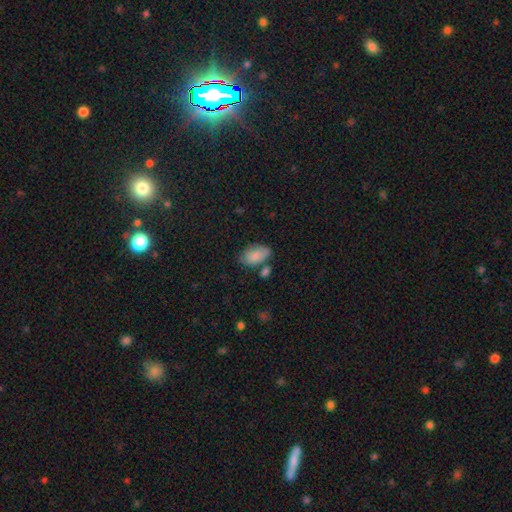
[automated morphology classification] Smooth or featured?
  - smooth: 85% *
  - featured or disk: 8%
  - star or artifact: 7%
How rounded?
  - in between: 93% *
  - round: 5%
  - cigar-shaped: 2%
Merging?
  - none: 58% *
  - minor disturbance: 22%
  - merger: 13%
  - major disturbance: 7%